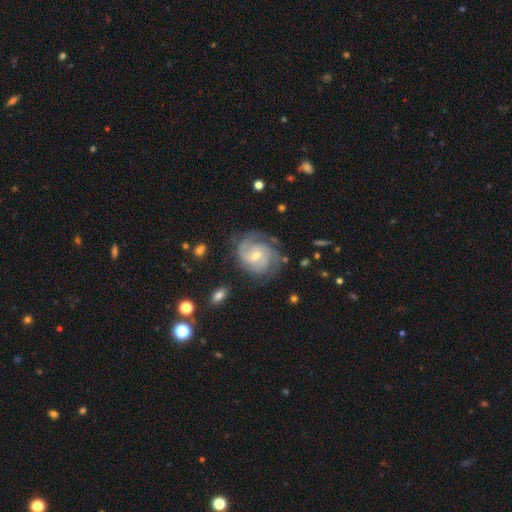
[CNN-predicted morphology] Q: Smooth or featured?
A: featured or disk (82%); runner-up: smooth (13%)
Q: Edge-on disk?
A: no (98%); runner-up: yes (2%)
Q: Bar?
A: weak (49%); runner-up: no (43%)
Q: Spiral arms?
A: yes (95%); runner-up: no (5%)
Q: Spiral winding?
A: tight (54%); runner-up: medium (36%)
Q: Spiral arm count?
A: 2 (34%); runner-up: can't tell (26%)
Q: Bulge size?
A: small (49%); runner-up: moderate (47%)
Q: Merging?
A: none (67%); runner-up: minor disturbance (20%)